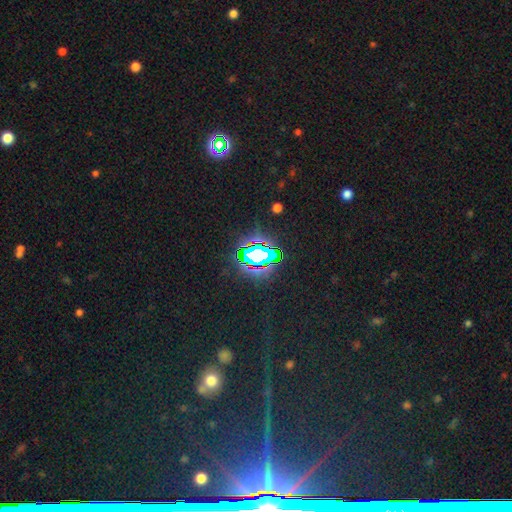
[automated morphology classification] A star or artifact, not a galaxy (69%).